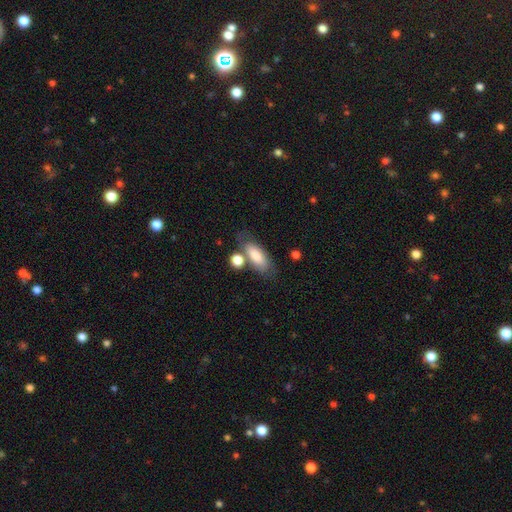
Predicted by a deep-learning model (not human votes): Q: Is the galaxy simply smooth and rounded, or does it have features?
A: smooth — 79%.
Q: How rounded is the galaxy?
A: in between — 79%.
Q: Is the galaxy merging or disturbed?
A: none — 57%.